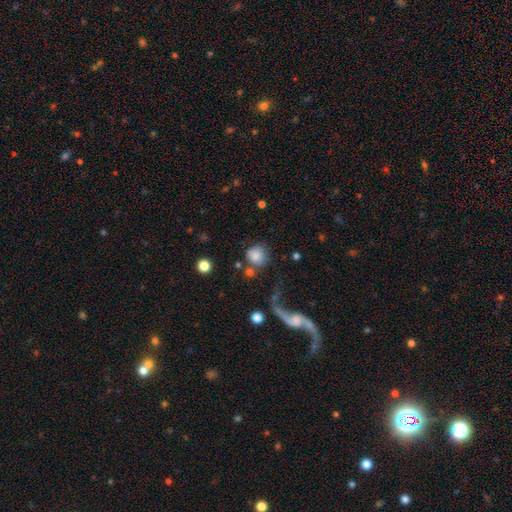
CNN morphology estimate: A smooth galaxy with no disk features (79%) that is round (87%).

Vote fractions:
- Smooth or featured? smooth: 79% / featured or disk: 11% / star or artifact: 10%
- How rounded? round: 87% / in between: 12% / cigar-shaped: 1%
- Merging? none: 59% / minor disturbance: 15% / merger: 14% / major disturbance: 12%